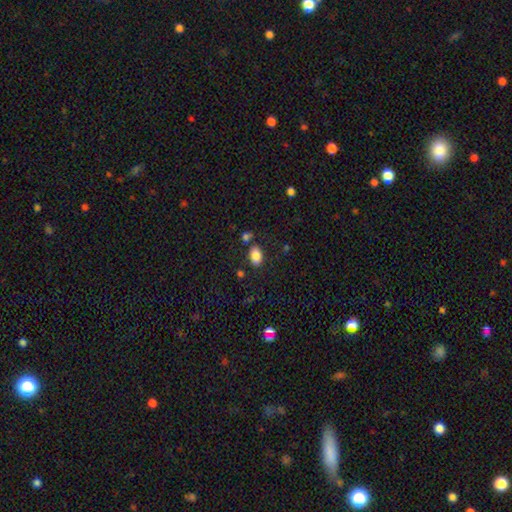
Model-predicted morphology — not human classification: Smooth or featured? Predicted: smooth (p=0.86). How rounded? Predicted: in between (p=0.89). Merging? Predicted: none (p=0.76).